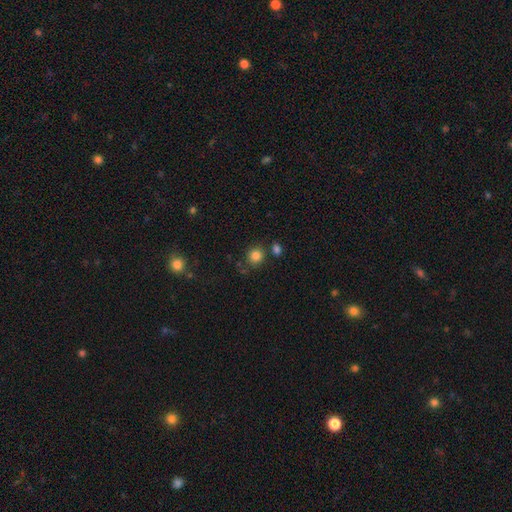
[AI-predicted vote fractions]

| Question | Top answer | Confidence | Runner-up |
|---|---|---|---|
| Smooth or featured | smooth | 83% | star or artifact (12%) |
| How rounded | round | 85% | in between (14%) |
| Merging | none | 74% | minor disturbance (11%) |